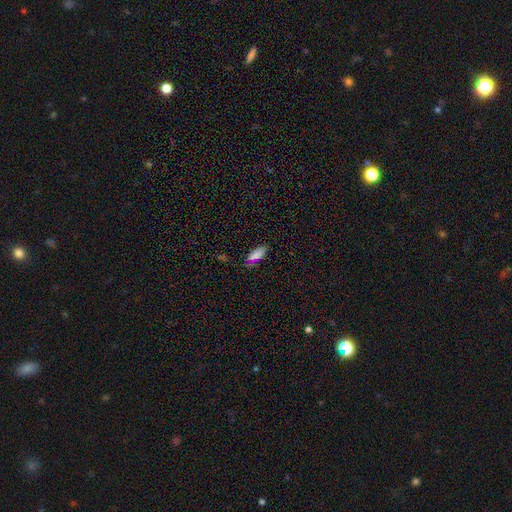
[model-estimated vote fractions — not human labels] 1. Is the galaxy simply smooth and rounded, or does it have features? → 80% smooth, 13% star or artifact, 7% featured or disk.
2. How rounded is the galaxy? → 76% in between, 21% cigar-shaped, 3% round.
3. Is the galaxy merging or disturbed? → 73% none, 20% minor disturbance, 4% major disturbance, 3% merger.